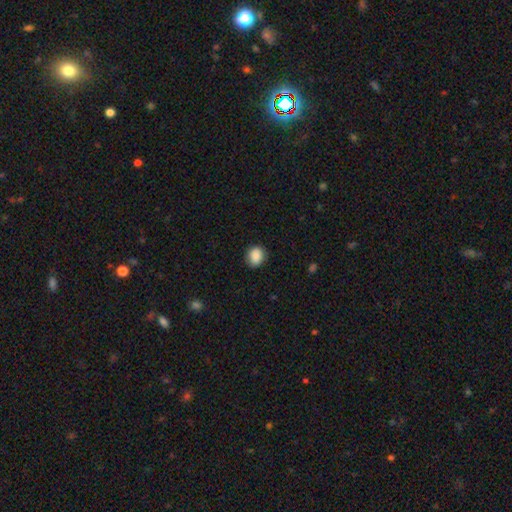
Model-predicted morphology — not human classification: Overall: smooth (88%). How rounded: round (62%; in between 37%). Merging: none (85%).